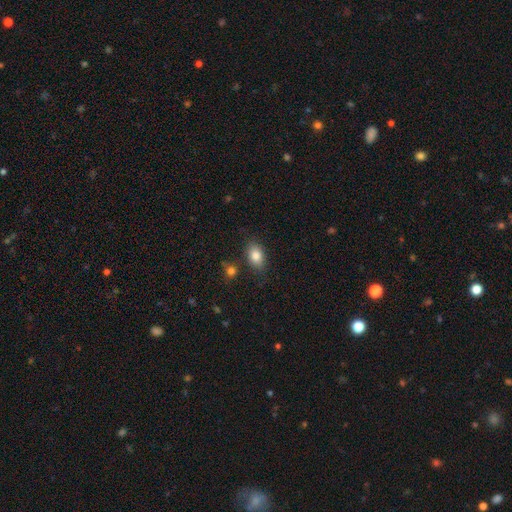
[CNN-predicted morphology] A smooth galaxy with no disk features (84%) that is in between round and cigar-shaped (84%).

Vote fractions:
- Smooth or featured? smooth: 84% / star or artifact: 8% / featured or disk: 8%
- How rounded? in between: 84% / round: 14% / cigar-shaped: 1%
- Merging? none: 80% / minor disturbance: 13% / merger: 5% / major disturbance: 3%